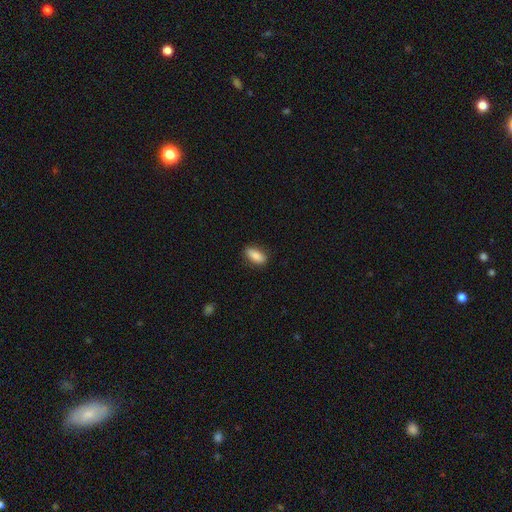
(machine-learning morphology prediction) smooth_or_featured: smooth (p=0.85) [alt: featured or disk p=0.09]
how_rounded: in between (p=0.84) [alt: cigar-shaped p=0.13]
merging: none (p=0.85) [alt: minor disturbance p=0.11]